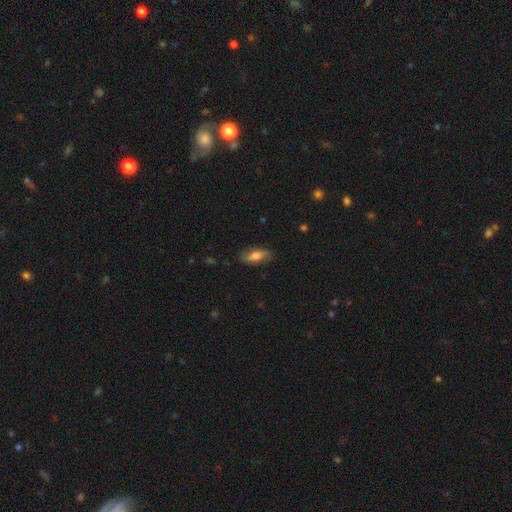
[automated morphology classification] Q: Smooth or featured?
A: smooth (62%); runner-up: featured or disk (31%)
Q: How rounded?
A: in between (75%); runner-up: cigar-shaped (22%)
Q: Merging?
A: none (79%); runner-up: minor disturbance (16%)